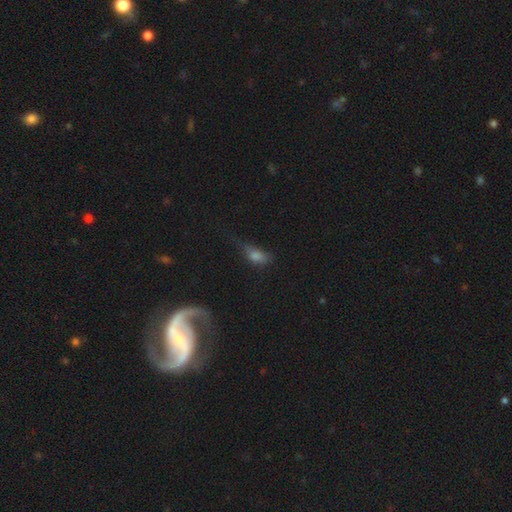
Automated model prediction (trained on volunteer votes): Smooth or featured: smooth — 63% (featured or disk — 22%)
How rounded: in between — 76% (cigar-shaped — 14%)
Merging: major disturbance — 35% (none — 33%)